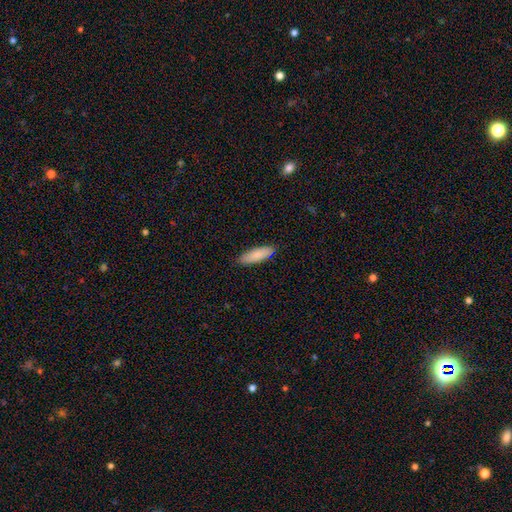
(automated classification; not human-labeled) Q: Smooth or featured?
A: smooth (84%); runner-up: featured or disk (10%)
Q: How rounded?
A: in between (51%); runner-up: cigar-shaped (47%)
Q: Merging?
A: none (85%); runner-up: minor disturbance (11%)